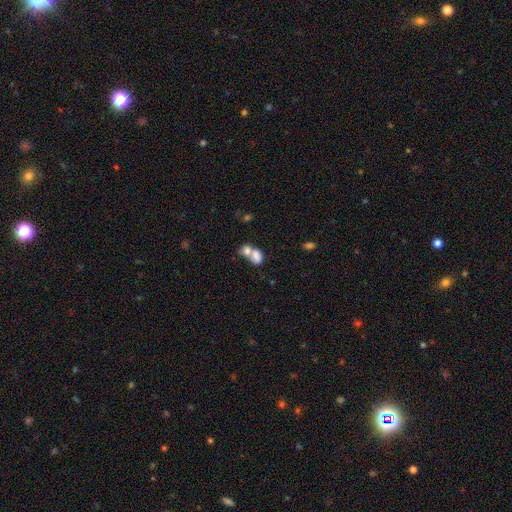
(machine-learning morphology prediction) type=smooth (74%); roundness=in between (78%); merging=merger (71%).